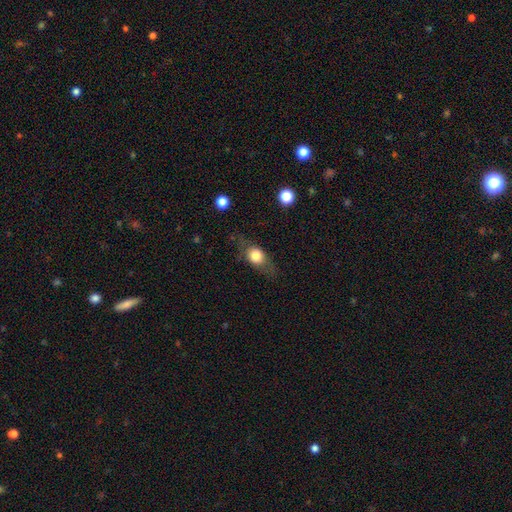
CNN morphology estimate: smooth_or_featured: smooth (p=0.64) [alt: featured or disk p=0.29]
how_rounded: in between (p=0.53) [alt: round p=0.38]
merging: none (p=0.69) [alt: minor disturbance p=0.20]